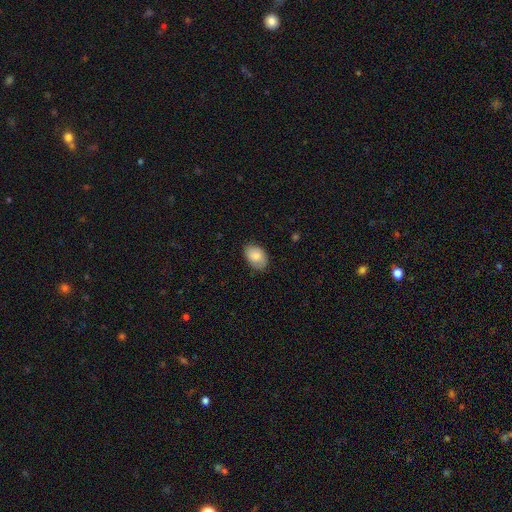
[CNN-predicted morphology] The model was most divided on "merging": none: 79%, minor disturbance: 17%, major disturbance: 3%, merger: 1%. More confident: how rounded — in between (85%); smooth or featured — smooth (83%).